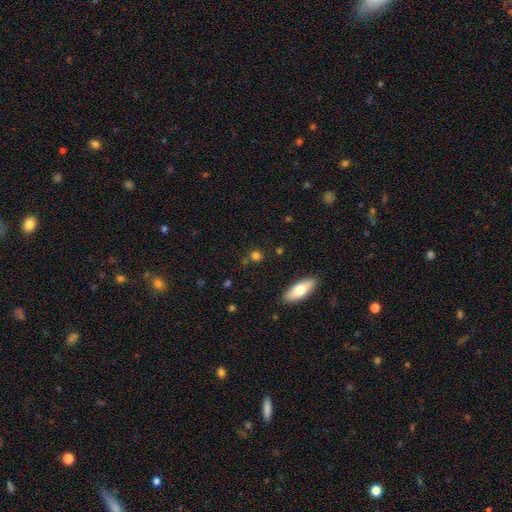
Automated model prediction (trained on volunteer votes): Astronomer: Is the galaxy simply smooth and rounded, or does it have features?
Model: smooth — 77%.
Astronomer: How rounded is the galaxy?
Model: round — 72%.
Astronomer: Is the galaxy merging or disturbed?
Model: none — 76%.